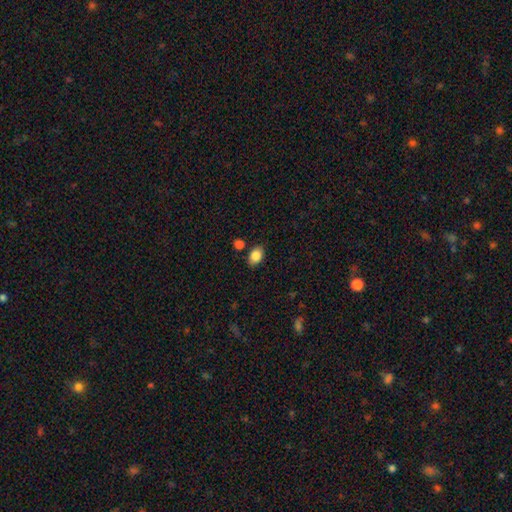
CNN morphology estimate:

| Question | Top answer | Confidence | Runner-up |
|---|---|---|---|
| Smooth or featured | smooth | 86% | star or artifact (8%) |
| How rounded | in between | 83% | round (16%) |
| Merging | none | 81% | minor disturbance (11%) |